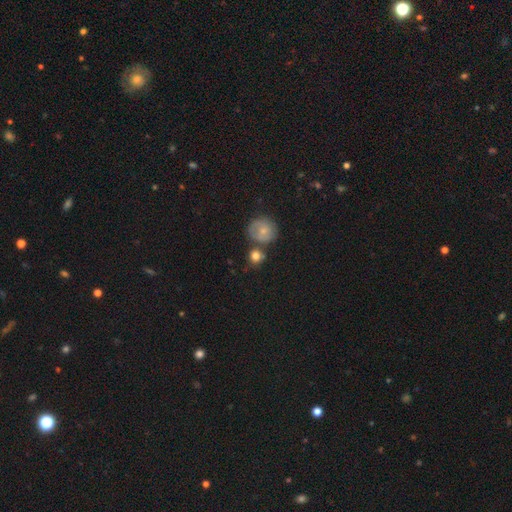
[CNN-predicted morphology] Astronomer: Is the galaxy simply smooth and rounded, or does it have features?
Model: smooth — 75%.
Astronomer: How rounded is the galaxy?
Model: round — 87%.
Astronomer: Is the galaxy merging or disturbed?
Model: none — 63%.